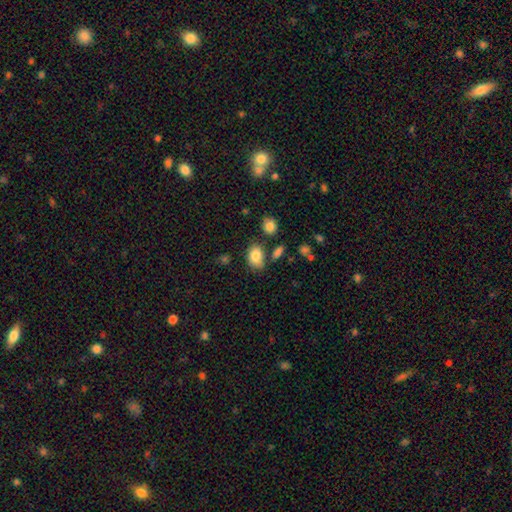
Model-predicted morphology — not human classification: A smooth galaxy with no disk features (83%) that is in between round and cigar-shaped (77%).

Vote fractions:
- Smooth or featured? smooth: 83% / star or artifact: 9% / featured or disk: 8%
- How rounded? in between: 77% / round: 22% / cigar-shaped: 1%
- Merging? none: 65% / minor disturbance: 21% / merger: 8% / major disturbance: 5%